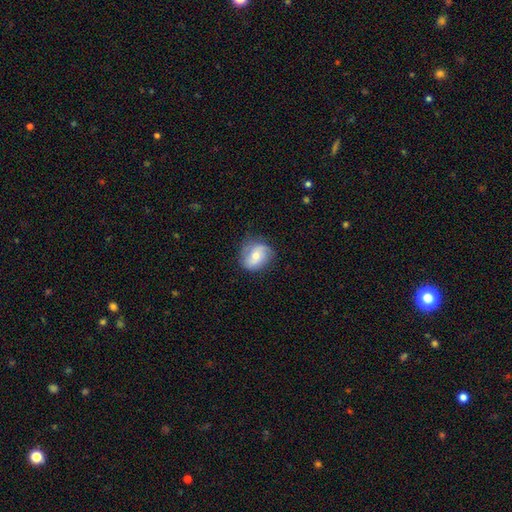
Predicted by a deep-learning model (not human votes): The model was most divided on "smooth or featured": smooth: 50%, featured or disk: 42%, star or artifact: 8%. More confident: merging — none (69%); how rounded — round (60%).